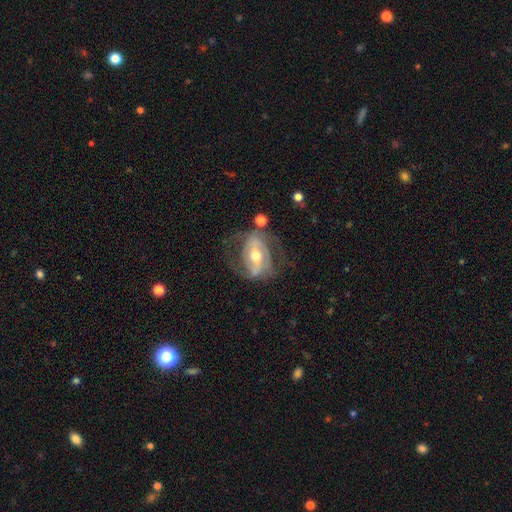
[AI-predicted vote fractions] Overall: featured or disk (81%). Edge-on disk: no (95%). Bar: strong (44%; weak 34%). Spiral arms: yes (83%). Spiral arm count: 2 (71%). Spiral winding: medium (44%; tight 29%). Bulge size: moderate (70%). Merging: none (55%; minor disturbance 21%).